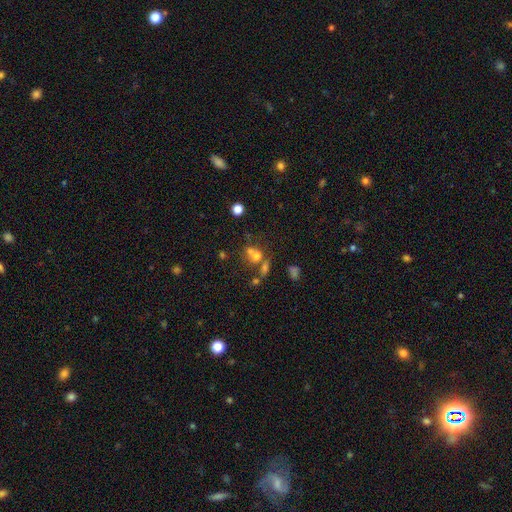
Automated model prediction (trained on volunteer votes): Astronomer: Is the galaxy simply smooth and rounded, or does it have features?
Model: smooth — 60%.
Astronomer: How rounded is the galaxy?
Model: round — 64%.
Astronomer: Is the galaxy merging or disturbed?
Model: merger — 52% (runner-up: none, 32%).